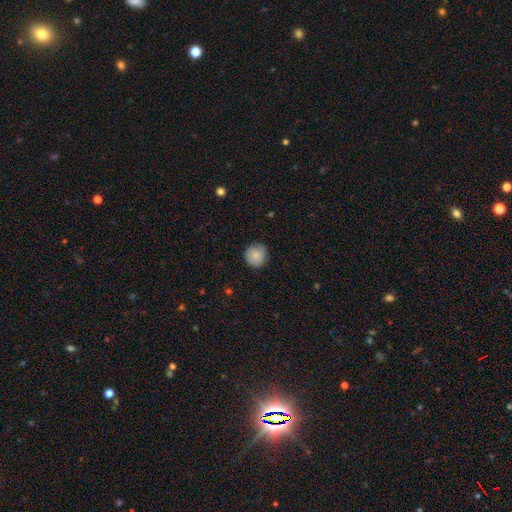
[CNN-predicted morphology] A smooth galaxy with no disk features (81%) that is round (90%).

Vote fractions:
- Smooth or featured? smooth: 81% / featured or disk: 12% / star or artifact: 7%
- How rounded? round: 90% / in between: 9% / cigar-shaped: 1%
- Merging? none: 82% / minor disturbance: 15% / major disturbance: 3% / merger: 1%